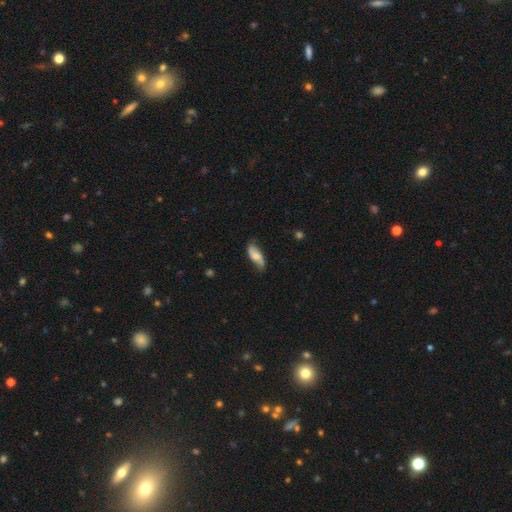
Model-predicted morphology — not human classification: This appears to be a featured or disk galaxy (52%). Merging: none (68%).